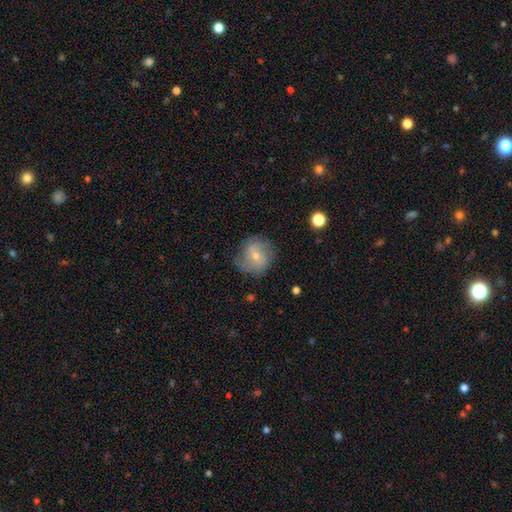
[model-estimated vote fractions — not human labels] A smooth galaxy with no disk features (53%) that is round (85%). Merging: none (73%).